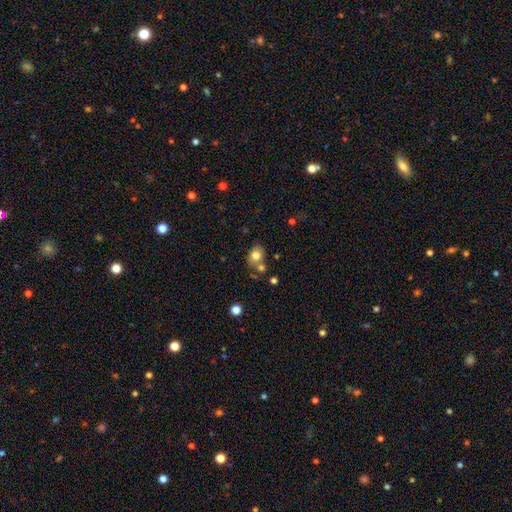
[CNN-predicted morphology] The model was most divided on "how rounded": in between: 55%, round: 43%, cigar-shaped: 1%. More confident: smooth or featured — smooth (75%); merging — none (56%).